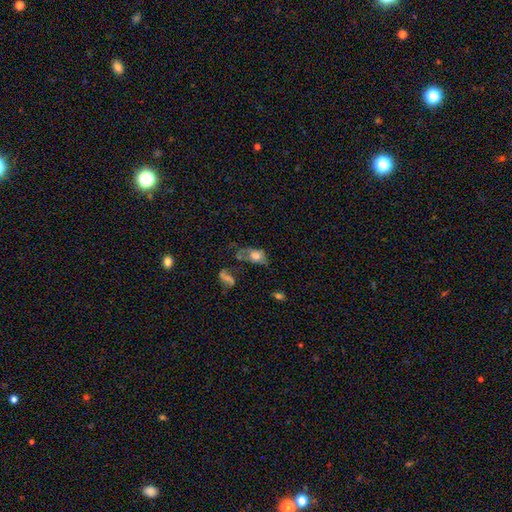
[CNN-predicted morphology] Smooth or featured?
  - smooth: 58% *
  - featured or disk: 31%
  - star or artifact: 11%
How rounded?
  - in between: 78% *
  - round: 18%
  - cigar-shaped: 4%
Merging?
  - major disturbance: 40% *
  - none: 23%
  - minor disturbance: 23%
  - merger: 13%